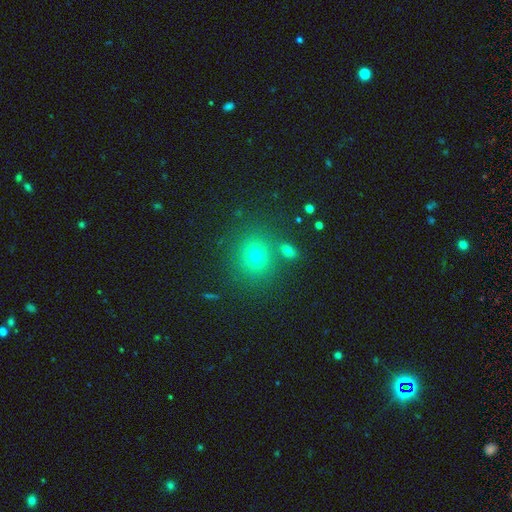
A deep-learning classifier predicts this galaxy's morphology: A smooth galaxy with no disk features (68%) that is round (79%). Merging: none (77%).